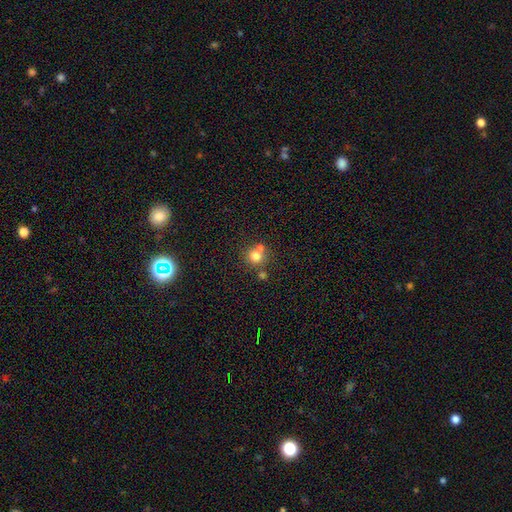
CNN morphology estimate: smooth-or-featured: smooth: 77% | star or artifact: 13% | featured or disk: 10%
  how-rounded: round: 89% | in between: 10% | cigar-shaped: 1%
  merging: none: 55% | merger: 33% | minor disturbance: 8% | major disturbance: 3%